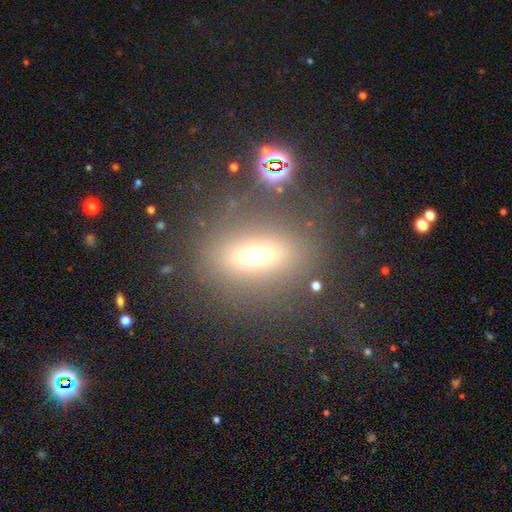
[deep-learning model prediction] Smooth or featured? Predicted: smooth (p=0.53). How rounded? Predicted: in between (p=0.60). Merging? Predicted: none (p=0.76).